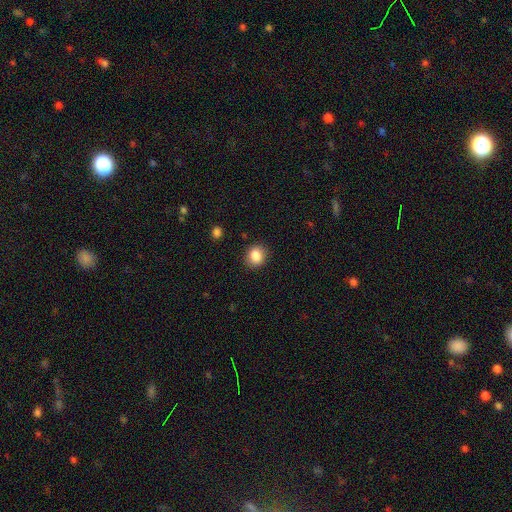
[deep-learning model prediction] A smooth galaxy with no disk features (86%) that is round (72%).

Vote fractions:
- Smooth or featured? smooth: 86% / star or artifact: 9% / featured or disk: 5%
- How rounded? round: 72% / in between: 27% / cigar-shaped: 1%
- Merging? none: 87% / minor disturbance: 9% / major disturbance: 3% / merger: 1%